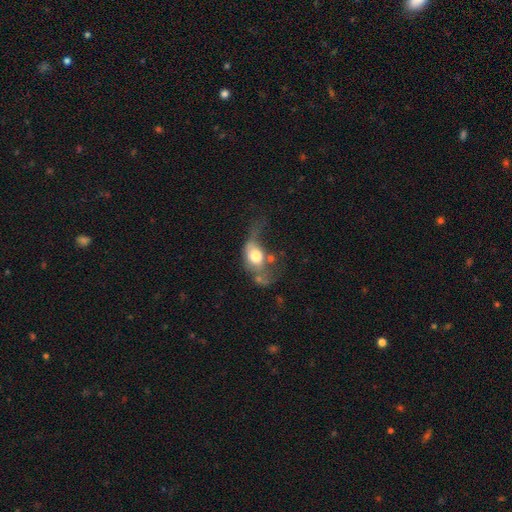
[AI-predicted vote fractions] Morphology: type=smooth (57%); roundness=in between (67%); merging=major disturbance (49%).